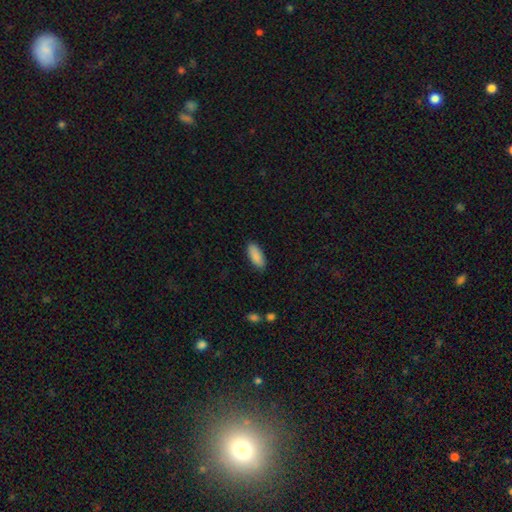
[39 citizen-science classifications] Overall: smooth (85%). How rounded: in between (73%). Merging: none (75%).